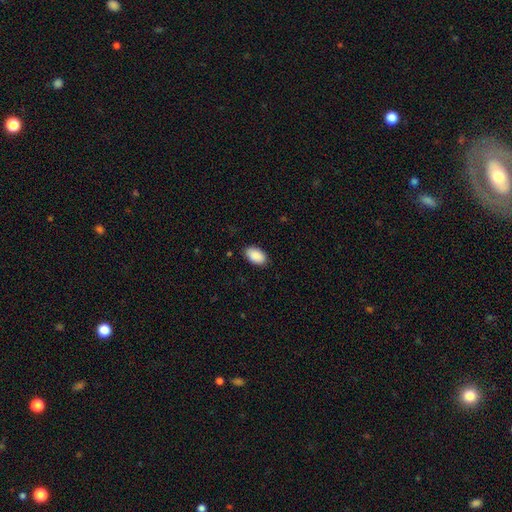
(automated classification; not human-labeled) Smooth or featured: smooth — 91% (star or artifact — 6%)
How rounded: in between — 94% (round — 4%)
Merging: none — 86% (minor disturbance — 11%)